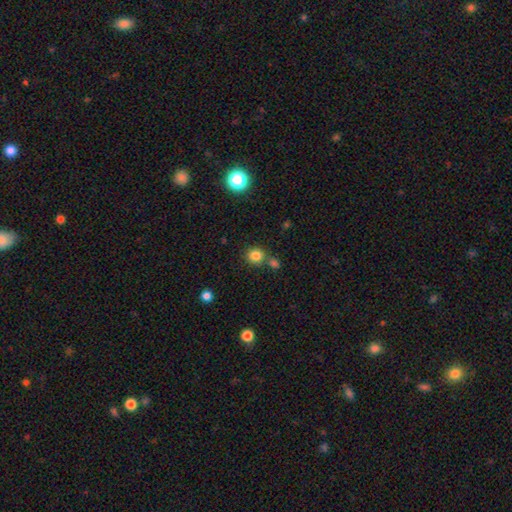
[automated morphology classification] A smooth galaxy with no disk features (82%) that is round (87%).

Vote fractions:
- Smooth or featured? smooth: 82% / star or artifact: 13% / featured or disk: 5%
- How rounded? round: 87% / in between: 12% / cigar-shaped: 1%
- Merging? none: 71% / merger: 17% / minor disturbance: 9% / major disturbance: 3%